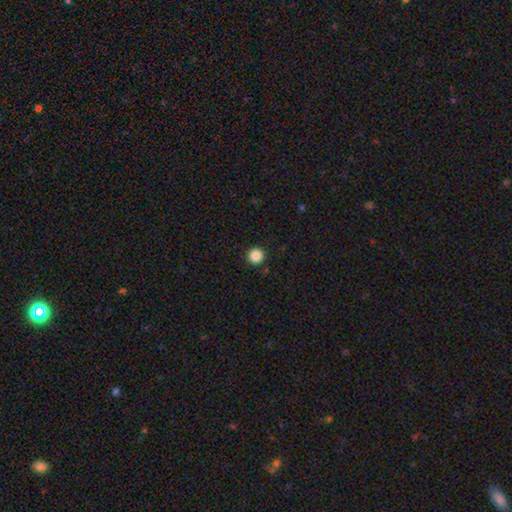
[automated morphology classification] The model was most divided on "smooth or featured": smooth: 87%, star or artifact: 10%, featured or disk: 3%. More confident: how rounded — round (96%); merging — none (93%).